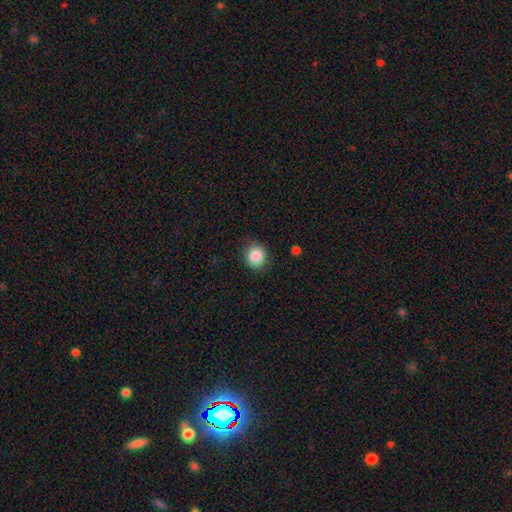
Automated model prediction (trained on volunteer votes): Smooth or featured?
  - smooth: 86% *
  - star or artifact: 9%
  - featured or disk: 5%
How rounded?
  - round: 83% *
  - in between: 16%
  - cigar-shaped: 1%
Merging?
  - none: 85% *
  - minor disturbance: 11%
  - major disturbance: 3%
  - merger: 1%